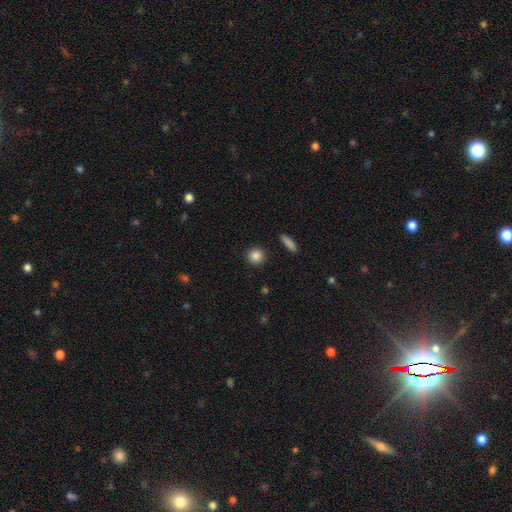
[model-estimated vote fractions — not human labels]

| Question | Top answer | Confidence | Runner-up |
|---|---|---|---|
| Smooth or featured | smooth | 86% | star or artifact (9%) |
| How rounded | round | 91% | in between (7%) |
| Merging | none | 91% | minor disturbance (5%) |